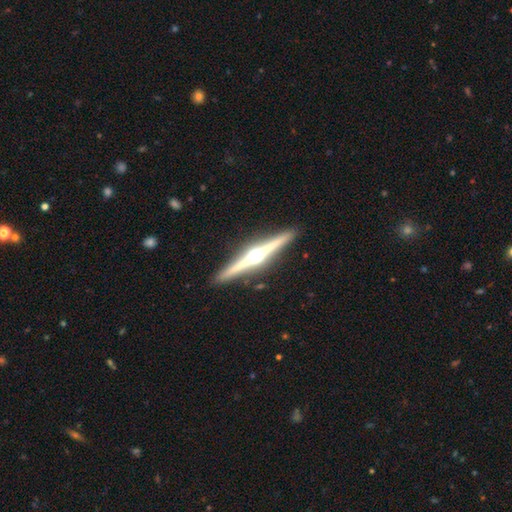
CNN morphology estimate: type=featured or disk (84%); edge-on=yes (98%); edge-on bulge=rounded (96%); merging=none (91%).